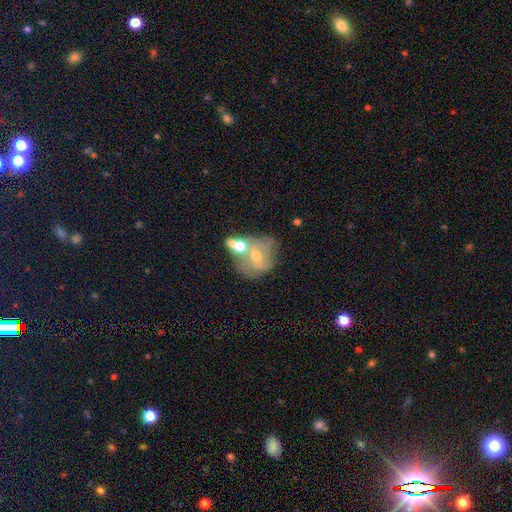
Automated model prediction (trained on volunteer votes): featured or disk 55%, smooth 34%, star or artifact 11%. Down the decision tree: edge-on disk — no (96%); bar — no (72%); spiral arms — no (57%); bulge size — moderate (60%); merging — merger (53%).